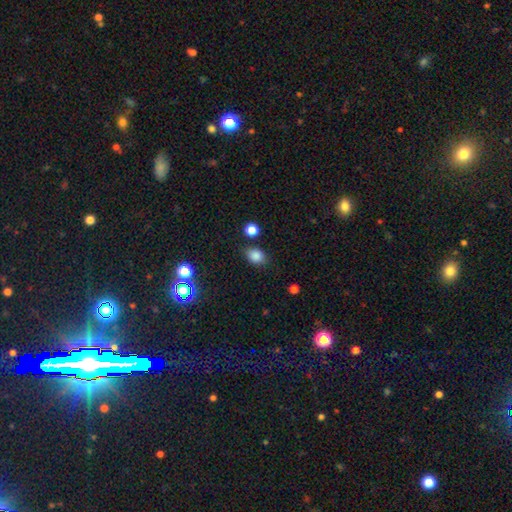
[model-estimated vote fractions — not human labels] The model was most divided on "how rounded": in between: 61%, round: 37%, cigar-shaped: 1%. More confident: smooth or featured — smooth (83%); merging — none (79%).